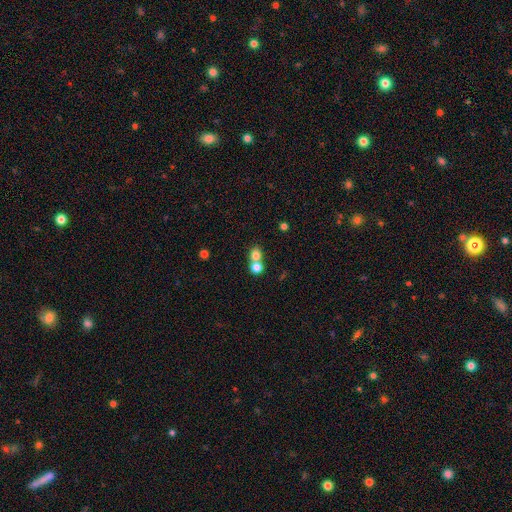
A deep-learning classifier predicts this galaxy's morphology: Smooth or featured? Predicted: smooth (p=0.77). How rounded? Predicted: round (p=0.76). Merging? Predicted: merger (p=0.55).